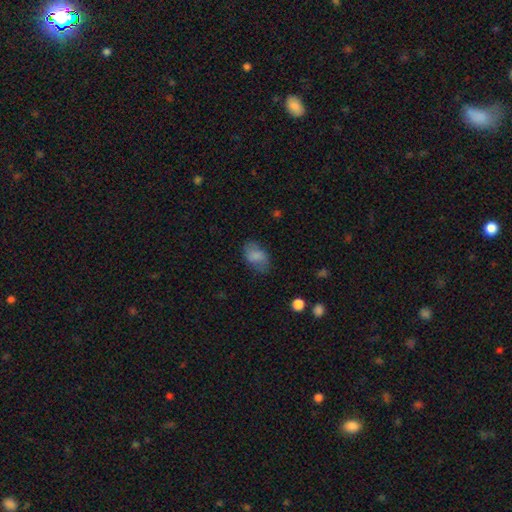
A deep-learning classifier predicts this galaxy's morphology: This is likely a smooth galaxy (78%). How rounded: clearly in between (85%). Merging: likely none (65%).